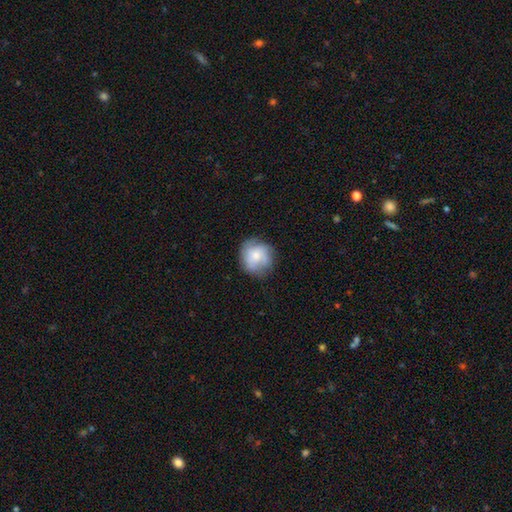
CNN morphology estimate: Q: Smooth or featured?
A: smooth (54%); runner-up: featured or disk (38%)
Q: How rounded?
A: round (83%); runner-up: in between (15%)
Q: Merging?
A: none (69%); runner-up: minor disturbance (21%)